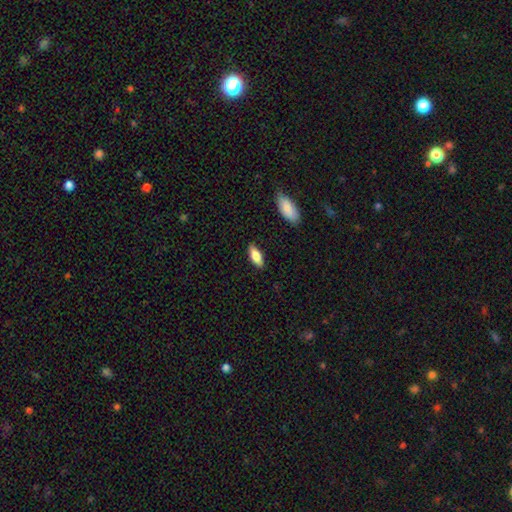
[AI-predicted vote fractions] The model was most divided on "how rounded": in between: 77%, cigar-shaped: 21%, round: 2%. More confident: merging — none (87%); smooth or featured — smooth (79%).